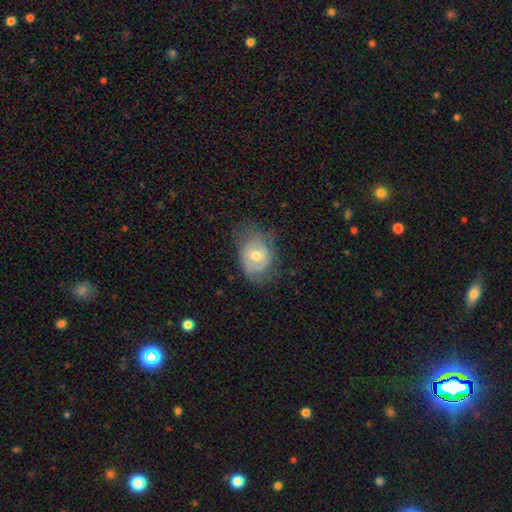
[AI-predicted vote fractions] This appears to be a featured or disk galaxy (46%, tied with smooth). Merging: none (54%).